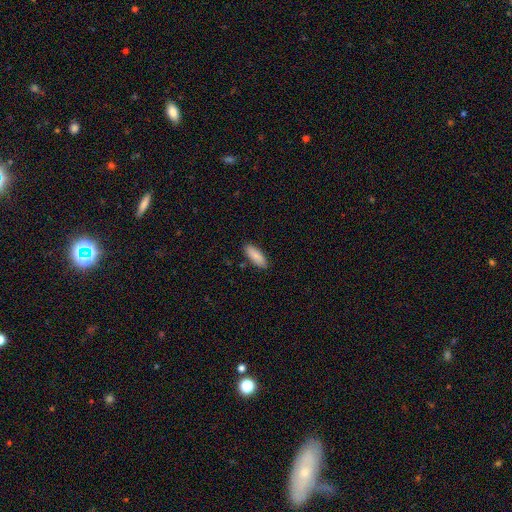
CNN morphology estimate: The model was most divided on "how rounded": in between: 68%, cigar-shaped: 31%, round: 2%. More confident: merging — none (88%); smooth or featured — smooth (86%).